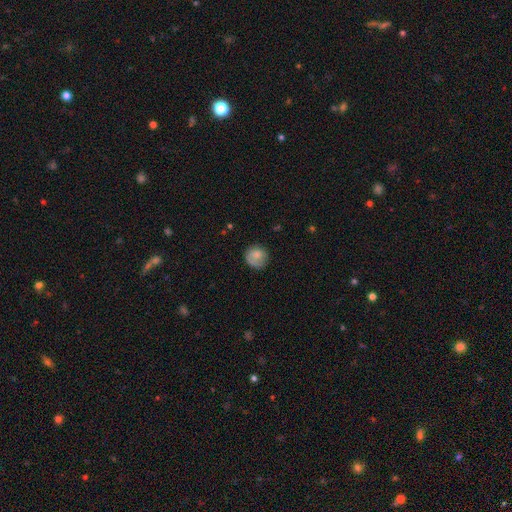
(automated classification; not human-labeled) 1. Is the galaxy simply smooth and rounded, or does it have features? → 73% smooth, 19% featured or disk, 8% star or artifact.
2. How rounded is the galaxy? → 84% round, 15% in between, 1% cigar-shaped.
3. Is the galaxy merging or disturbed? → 66% none, 22% minor disturbance, 10% major disturbance, 2% merger.